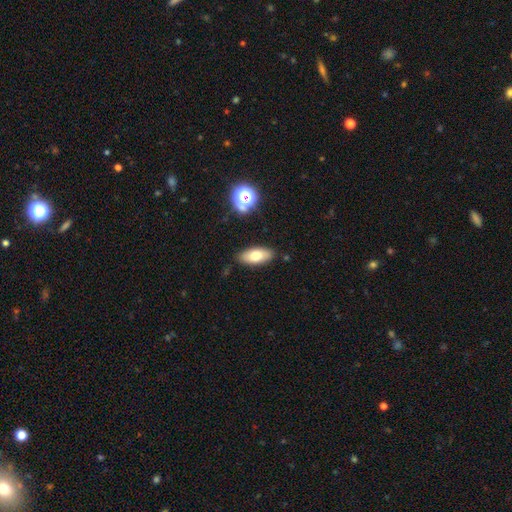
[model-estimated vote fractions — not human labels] Overall: smooth (73%). How rounded: in between (85%). Merging: none (85%).